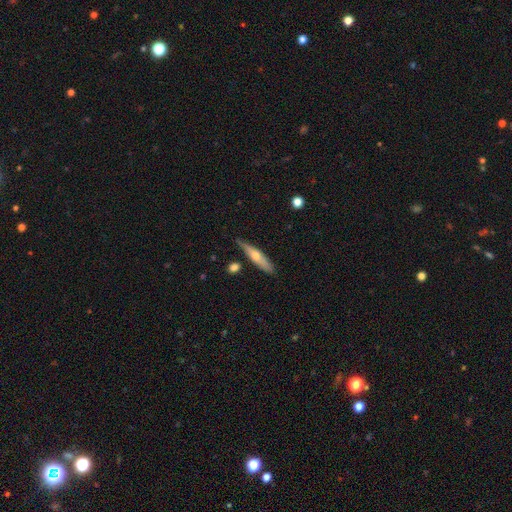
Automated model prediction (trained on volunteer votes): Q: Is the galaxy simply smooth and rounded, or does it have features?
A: smooth — 47%, tied with featured or disk.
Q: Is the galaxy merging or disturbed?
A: none — 78%.